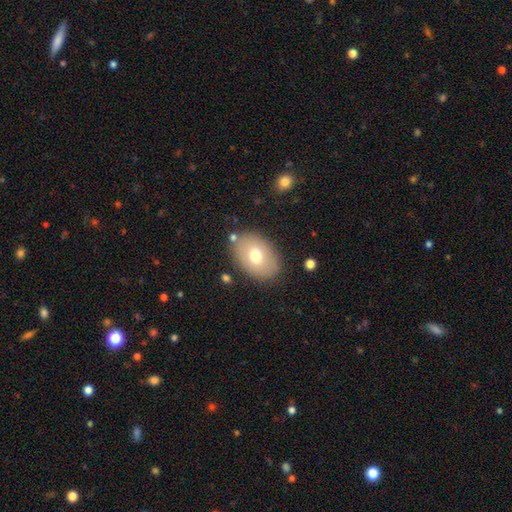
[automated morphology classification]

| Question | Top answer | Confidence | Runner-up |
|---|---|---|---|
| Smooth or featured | smooth | 68% | featured or disk (25%) |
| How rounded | in between | 83% | round (16%) |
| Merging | none | 81% | minor disturbance (12%) |